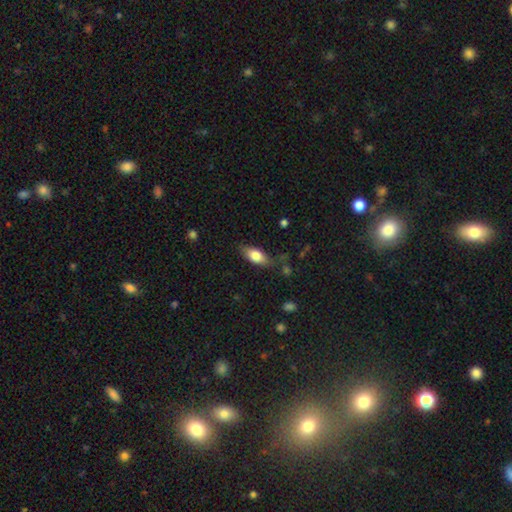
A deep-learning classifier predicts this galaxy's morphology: This is likely a smooth galaxy (76%). How rounded: clearly in between (83%). Merging: likely none (74%).